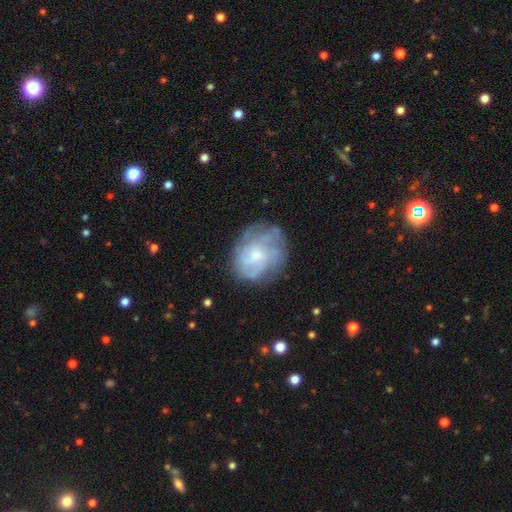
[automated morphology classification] Overall: featured or disk (64%; smooth 27%). Edge-on disk: no (97%). Bar: no (65%; weak 31%). Spiral arms: yes (78%). Bulge size: small (57%; moderate 31%). Merging: none (68%).